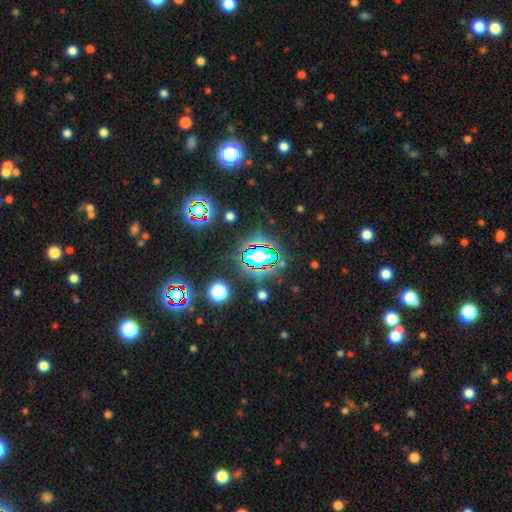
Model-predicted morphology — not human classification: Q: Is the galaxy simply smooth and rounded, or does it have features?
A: star or artifact — 77%.